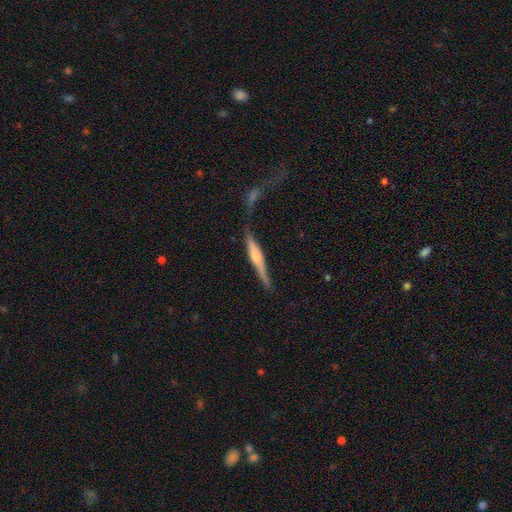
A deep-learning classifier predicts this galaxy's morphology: Smooth or featured? featured or disk (54%)
Edge-on disk? yes (92%)
Merging? none (48%)